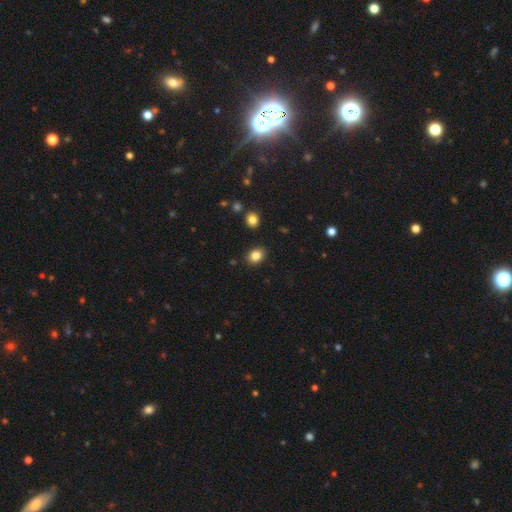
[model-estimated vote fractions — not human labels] smooth-or-featured: smooth: 84% | star or artifact: 10% | featured or disk: 6%
  how-rounded: in between: 54% | round: 46% | cigar-shaped: 1%
  merging: none: 88% | minor disturbance: 8% | major disturbance: 2% | merger: 2%